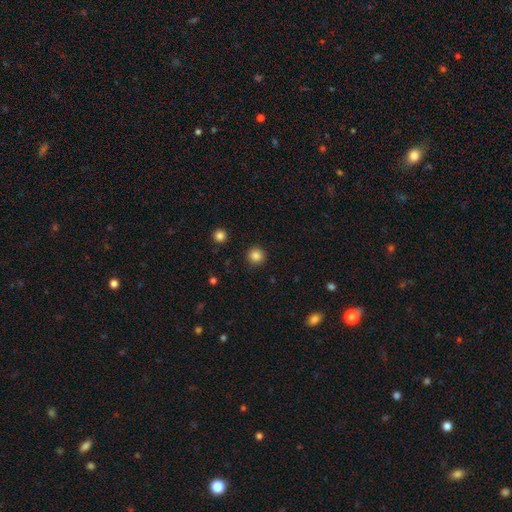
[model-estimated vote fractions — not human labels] Smooth or featured: smooth — 85% (star or artifact — 11%)
How rounded: round — 95% (in between — 4%)
Merging: none — 92% (minor disturbance — 5%)